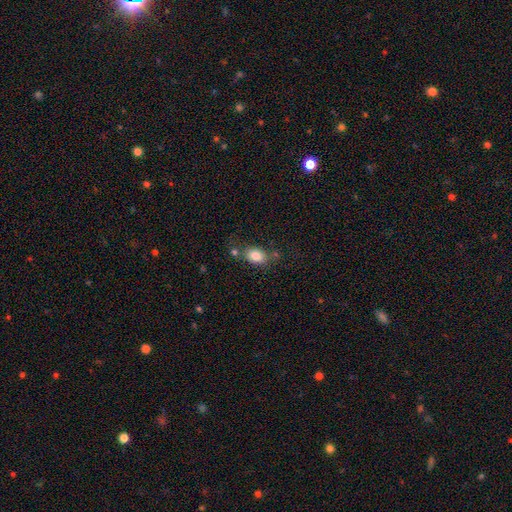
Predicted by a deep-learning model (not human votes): The model was most divided on "merging": none: 66%, minor disturbance: 16%, merger: 12%, major disturbance: 6%. More confident: smooth or featured — smooth (83%); how rounded — in between (76%).